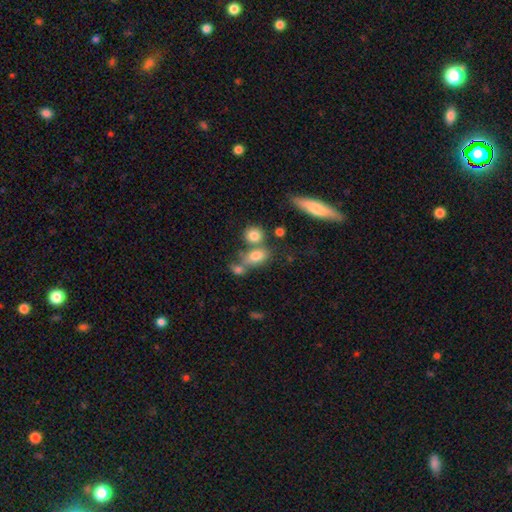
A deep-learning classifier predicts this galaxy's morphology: This appears to be a smooth galaxy with no disk features (41%). Merging: none (58%).